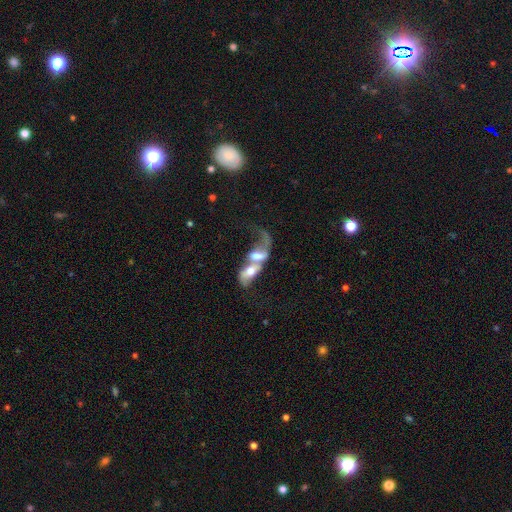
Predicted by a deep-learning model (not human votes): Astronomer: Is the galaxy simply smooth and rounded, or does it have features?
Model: featured or disk — 57% (runner-up: smooth, 34%).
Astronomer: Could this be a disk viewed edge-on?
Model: no — 92%.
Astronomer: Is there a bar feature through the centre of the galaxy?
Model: no — 58%.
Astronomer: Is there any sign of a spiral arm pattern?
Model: yes — 59% (runner-up: no, 41%).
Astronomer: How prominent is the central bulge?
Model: moderate — 49%.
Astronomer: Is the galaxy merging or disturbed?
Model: merger — 80%.